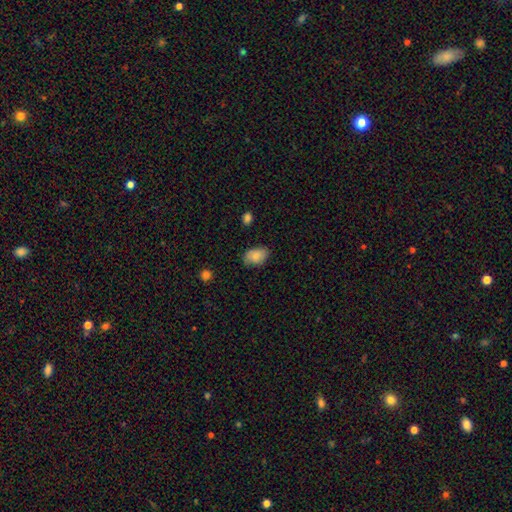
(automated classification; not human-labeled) This appears to be a smooth galaxy with no disk features (83%) that is in between round and cigar-shaped (87%). Merging: none (76%).